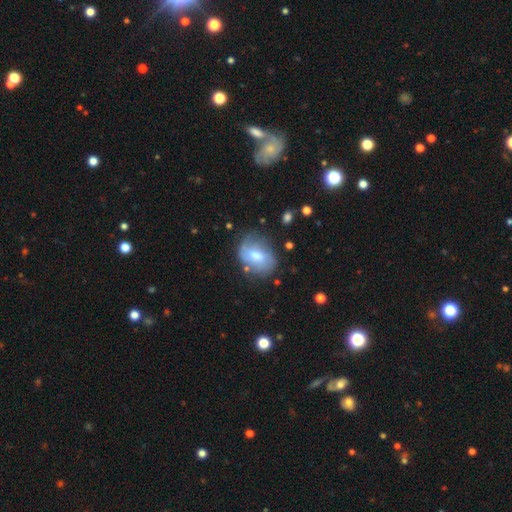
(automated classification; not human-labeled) Q: Smooth or featured?
A: smooth (53%); runner-up: featured or disk (39%)
Q: How rounded?
A: in between (72%); runner-up: round (26%)
Q: Merging?
A: none (60%); runner-up: minor disturbance (25%)